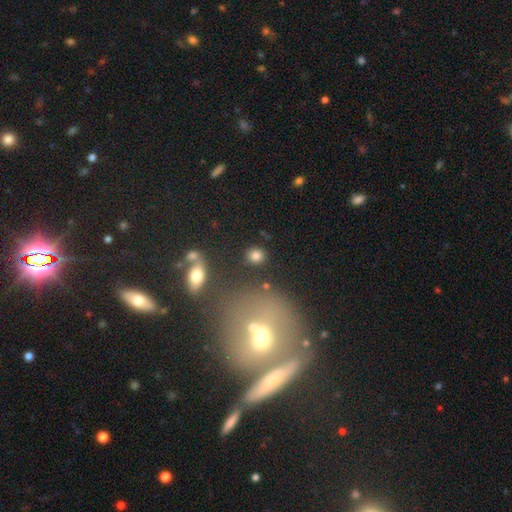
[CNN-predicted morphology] This is clearly a smooth galaxy (83%). How rounded: likely round (77%). Merging: clearly none (83%).